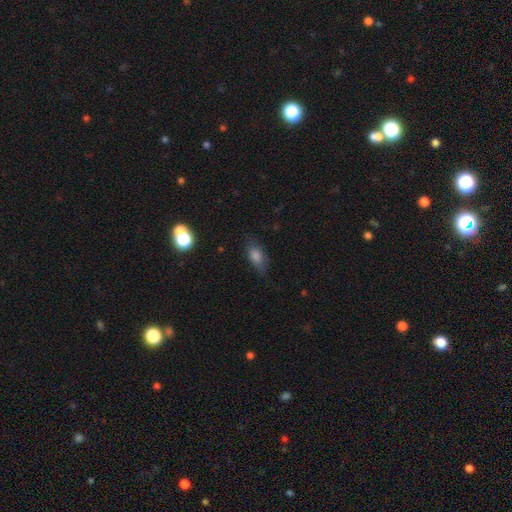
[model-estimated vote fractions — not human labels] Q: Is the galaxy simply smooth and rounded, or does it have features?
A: smooth — 74%.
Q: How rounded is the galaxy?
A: in between — 79%.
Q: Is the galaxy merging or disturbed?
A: none — 71%.